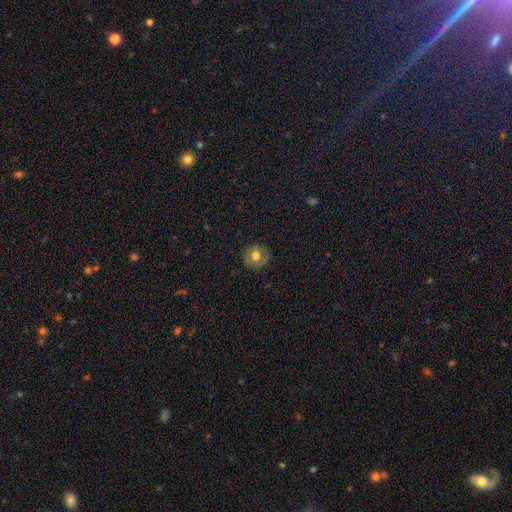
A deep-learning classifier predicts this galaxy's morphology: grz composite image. It shows a smooth galaxy with no disk features (68%) that is round (88%). Merging: none (86%).